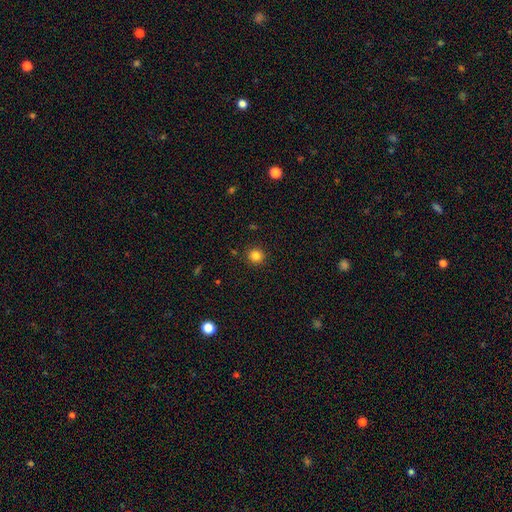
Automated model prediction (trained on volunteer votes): Morphology: type=smooth (83%); roundness=round (92%); merging=none (91%).